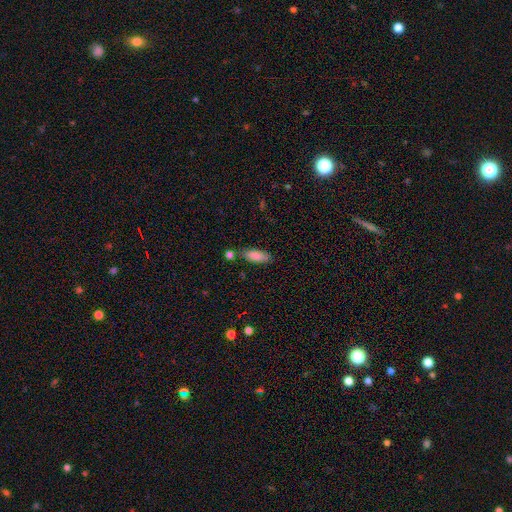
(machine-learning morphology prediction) This is clearly a smooth galaxy (86%). How rounded: likely in between (73%). Merging: likely none (74%).